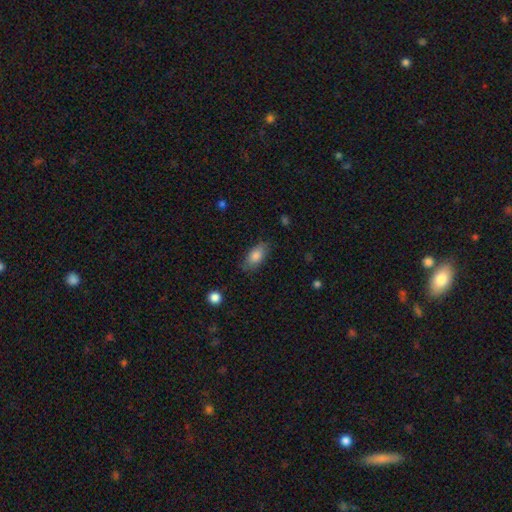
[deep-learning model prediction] Smooth or featured? smooth (82%)
How rounded? in between (87%)
Merging? none (78%)